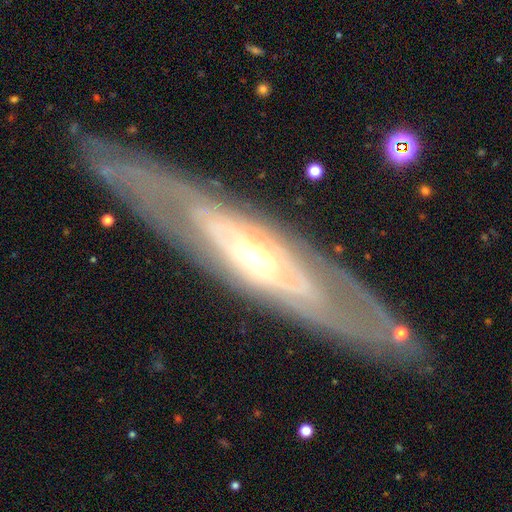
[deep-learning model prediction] This appears to be a featured or disk galaxy (83%) with no bar (59%), spiral arms (65%) and a moderate central bulge (65%). Merging: none (77%).